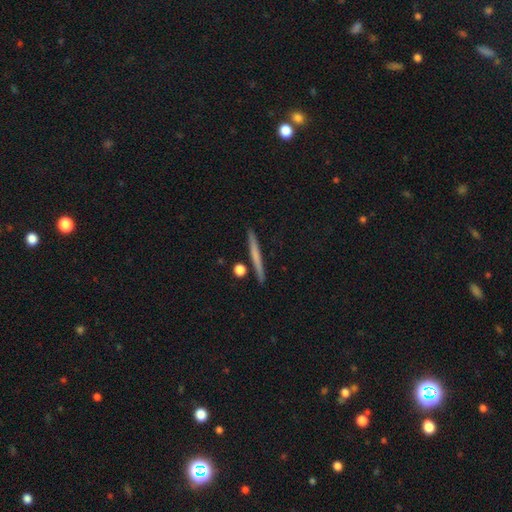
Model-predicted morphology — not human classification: Q: Smooth or featured?
A: smooth (51%); runner-up: featured or disk (42%)
Q: How rounded?
A: cigar-shaped (95%); runner-up: round (3%)
Q: Merging?
A: none (88%); runner-up: minor disturbance (7%)